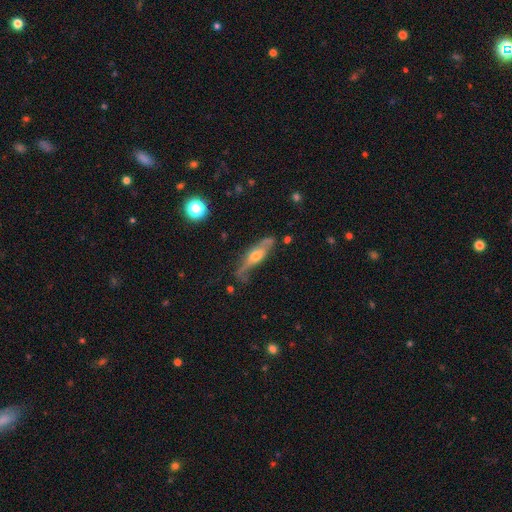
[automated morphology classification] A featured or disk galaxy (65%) viewed edge-on (69%). Merging: none (57%).